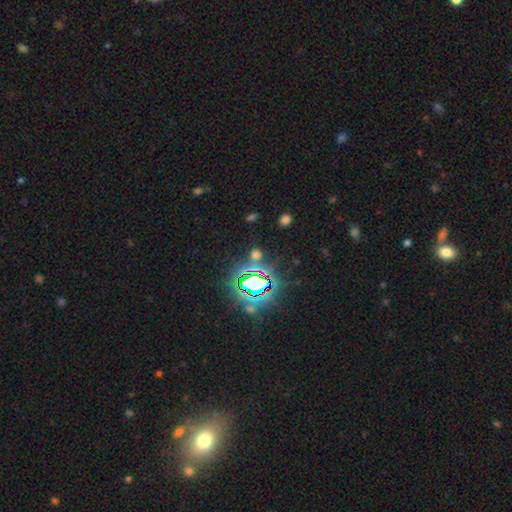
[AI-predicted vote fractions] Smooth or featured? Predicted: star or artifact (p=0.59).